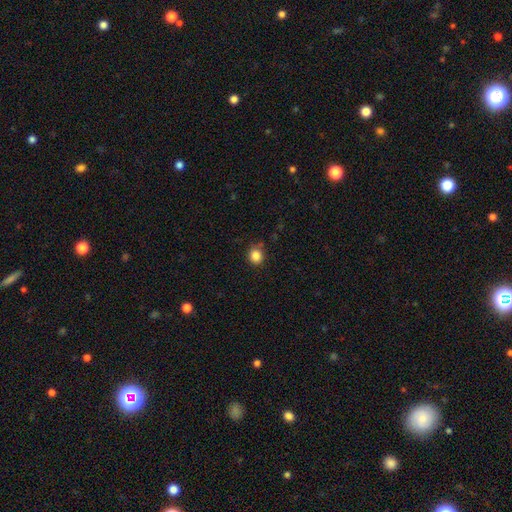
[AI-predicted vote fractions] Q: Smooth or featured?
A: smooth (85%); runner-up: star or artifact (11%)
Q: How rounded?
A: round (83%); runner-up: in between (16%)
Q: Merging?
A: none (82%); runner-up: minor disturbance (13%)